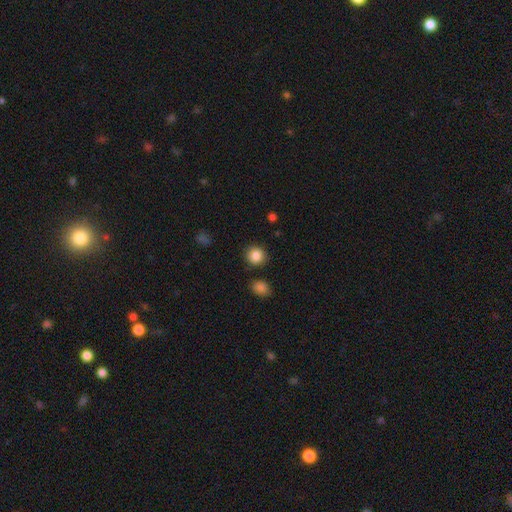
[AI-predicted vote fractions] A smooth galaxy with no disk features (86%) that is round (88%). Merging: none (88%).